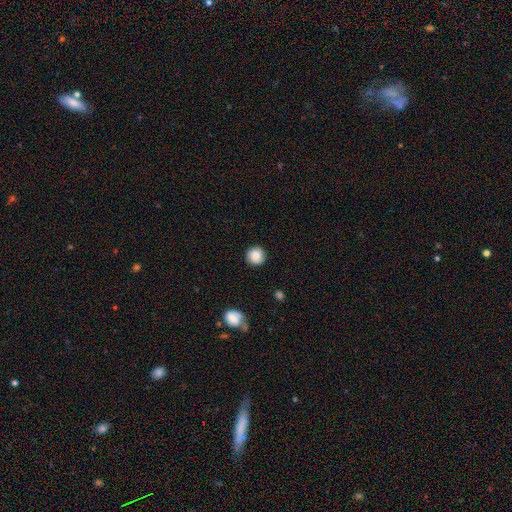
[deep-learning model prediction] Smooth or featured? smooth (81%)
How rounded? round (93%)
Merging? none (86%)